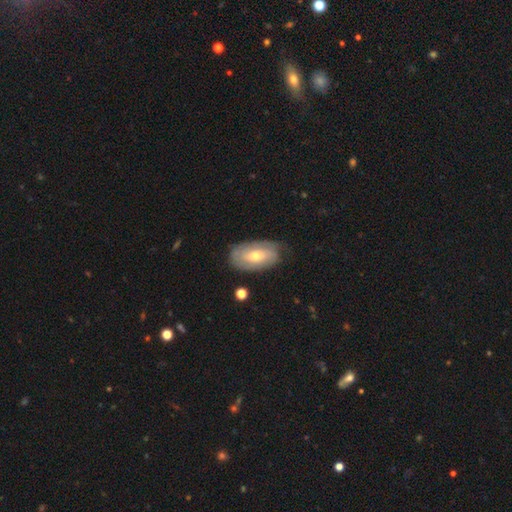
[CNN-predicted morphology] Smooth or featured? featured or disk (57%)
Edge-on disk? no (91%)
Bar? no (54%)
Spiral arms? yes (72%)
Bulge size? moderate (58%)
Merging? none (70%)